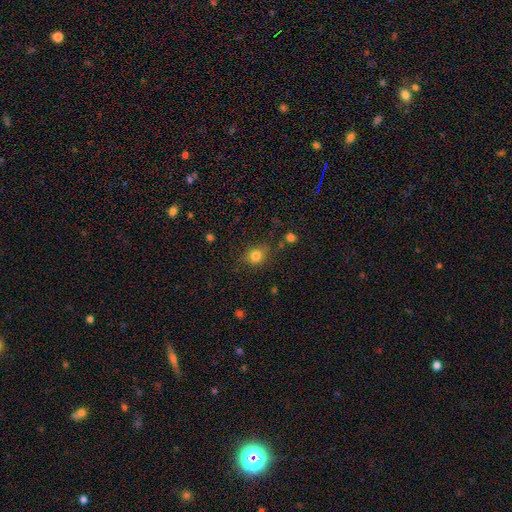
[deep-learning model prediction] This appears to be a smooth galaxy with no disk features (82%) that is round (73%). Merging: none (77%).